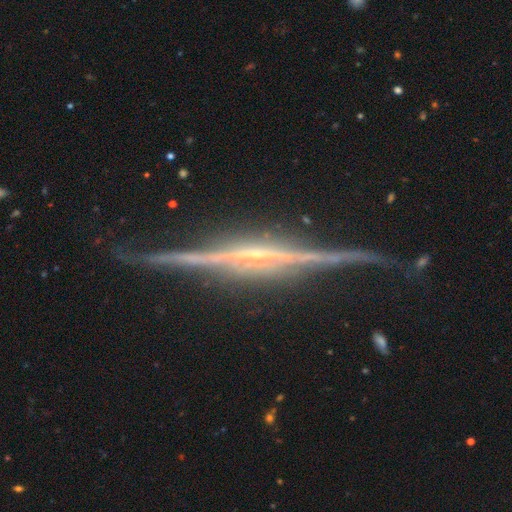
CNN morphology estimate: type=featured or disk (91%); edge-on=yes (98%); edge-on bulge=rounded (49%); merging=none (83%).